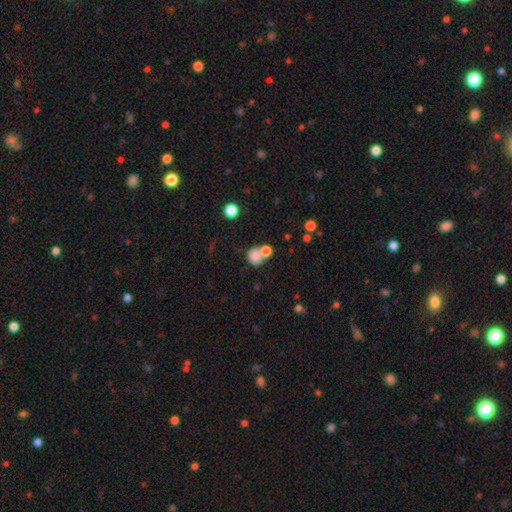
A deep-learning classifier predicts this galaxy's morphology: A smooth galaxy with no disk features (81%) that is round (75%). Merging: merger (43%).